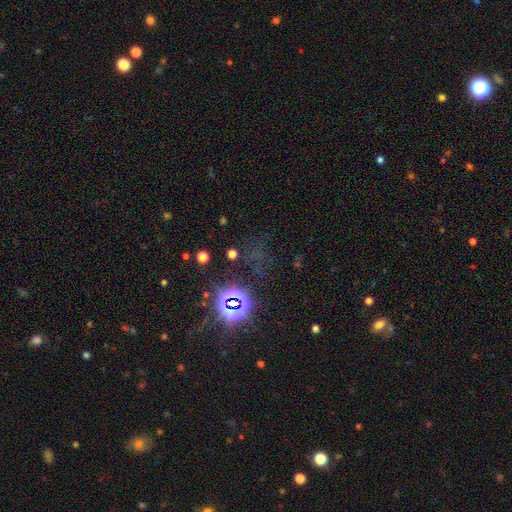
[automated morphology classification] Smooth or featured: star or artifact — 72% (smooth — 19%)